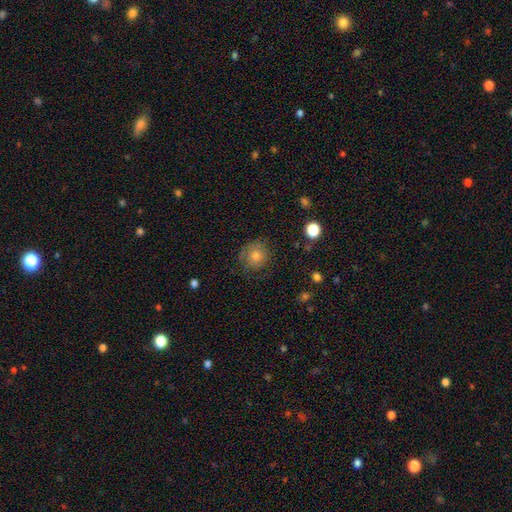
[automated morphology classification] Q: Smooth or featured?
A: smooth (60%); runner-up: featured or disk (25%)
Q: How rounded?
A: round (89%); runner-up: in between (10%)
Q: Merging?
A: none (78%); runner-up: minor disturbance (15%)